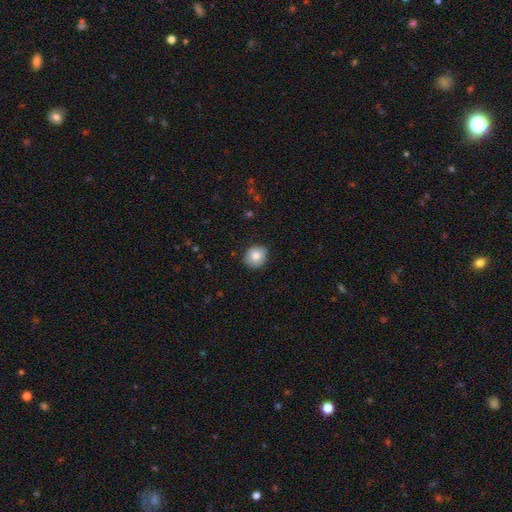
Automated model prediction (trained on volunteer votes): Smooth or featured?
  - smooth: 83% *
  - featured or disk: 9%
  - star or artifact: 8%
How rounded?
  - round: 78% *
  - in between: 22%
  - cigar-shaped: 1%
Merging?
  - none: 84% *
  - minor disturbance: 12%
  - major disturbance: 2%
  - merger: 1%